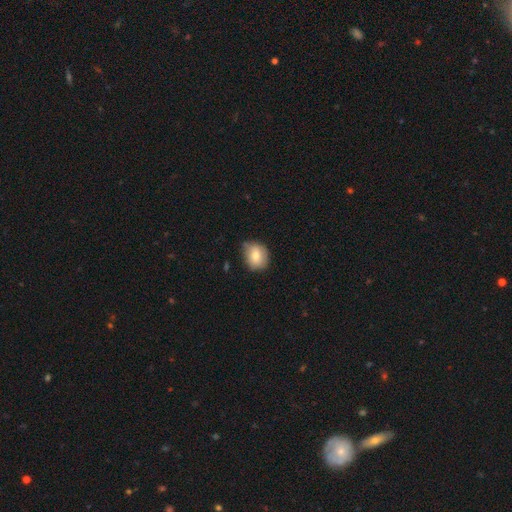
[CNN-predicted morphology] This appears to be a smooth galaxy with no disk features (76%) that is round (61%). Merging: none (64%).